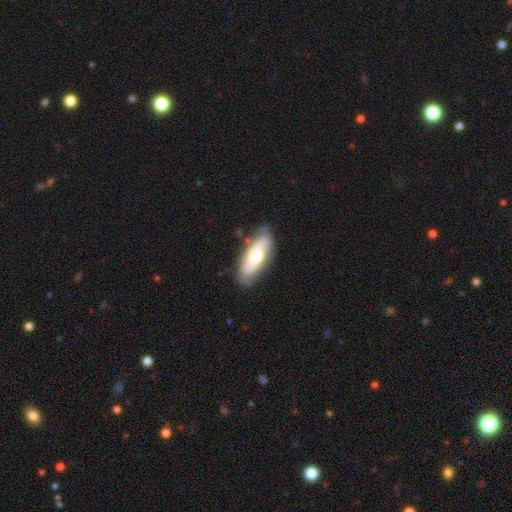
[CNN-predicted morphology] smooth_or_featured: featured or disk (p=0.50) [alt: smooth p=0.44]
disk_edge_on: no (p=0.79) [alt: yes p=0.21]
merging: none (p=0.77) [alt: minor disturbance p=0.17]